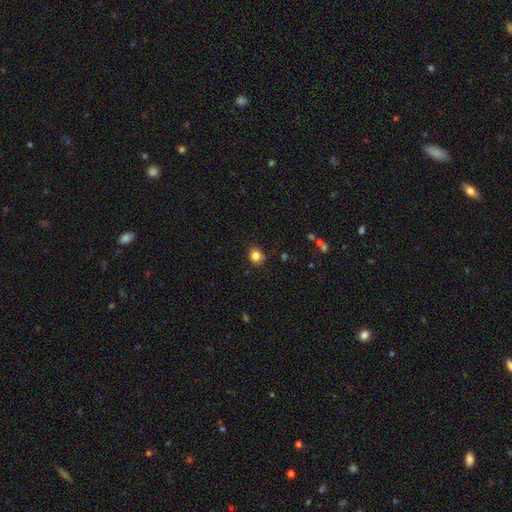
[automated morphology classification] The model was most divided on "how rounded": round: 75%, in between: 24%, cigar-shaped: 1%. More confident: merging — none (85%); smooth or featured — smooth (83%).